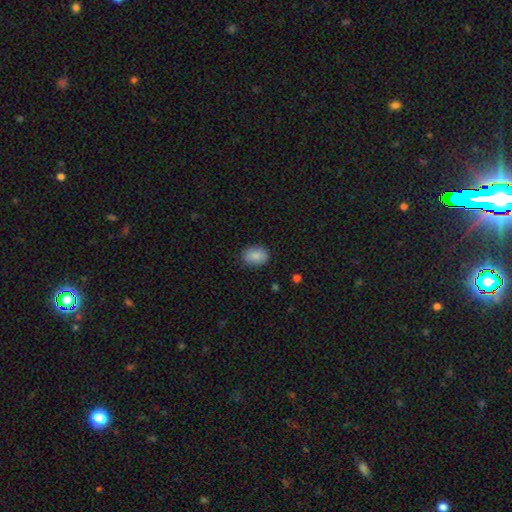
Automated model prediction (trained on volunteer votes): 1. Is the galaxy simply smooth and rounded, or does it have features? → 87% smooth, 8% star or artifact, 5% featured or disk.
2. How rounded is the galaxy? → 66% in between, 33% round, 1% cigar-shaped.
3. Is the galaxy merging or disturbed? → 82% none, 14% minor disturbance, 3% major disturbance, 1% merger.